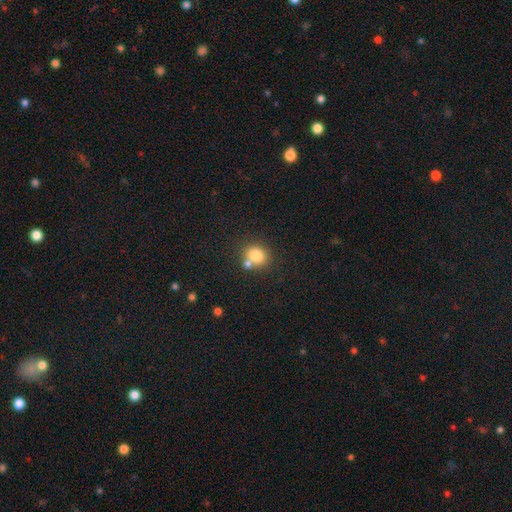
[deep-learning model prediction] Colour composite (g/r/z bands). It shows a smooth galaxy with no disk features (79%) that is round (66%). Merging: none (58%).